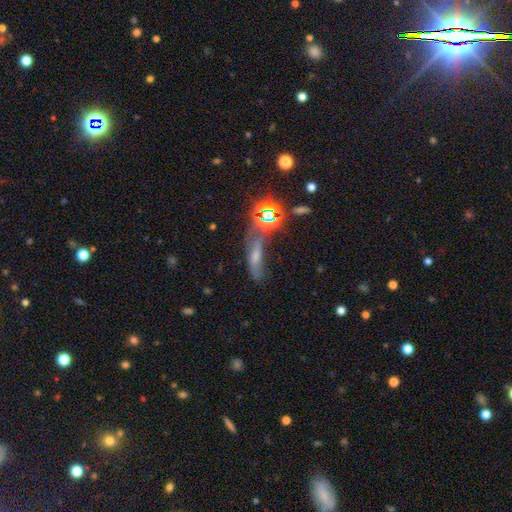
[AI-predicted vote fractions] Q: Smooth or featured?
A: smooth (39%); runner-up: star or artifact (35%)
Q: Merging?
A: none (43%); runner-up: minor disturbance (22%)